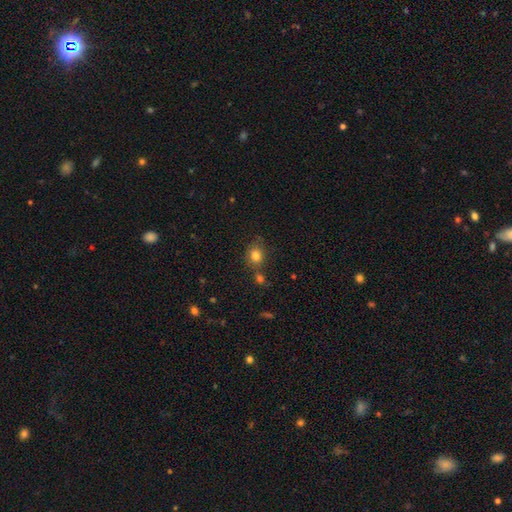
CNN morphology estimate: A smooth galaxy with no disk features (81%) that is round (66%).

Vote fractions:
- Smooth or featured? smooth: 81% / star or artifact: 12% / featured or disk: 7%
- How rounded? round: 66% / in between: 33% / cigar-shaped: 1%
- Merging? none: 68% / merger: 14% / minor disturbance: 14% / major disturbance: 4%